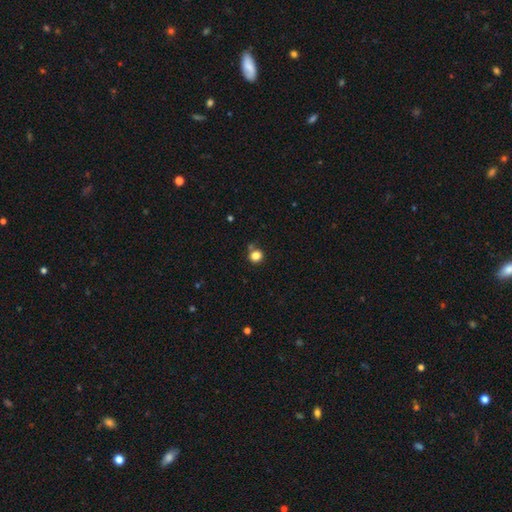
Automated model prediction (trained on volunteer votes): Morphology: type=smooth (83%); roundness=round (87%); merging=none (72%).